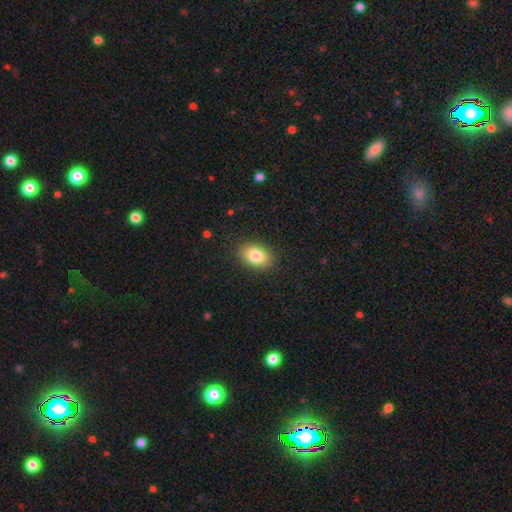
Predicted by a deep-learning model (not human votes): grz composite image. It shows a smooth galaxy with no disk features (82%) that is in between round and cigar-shaped (84%). Merging: none (88%).